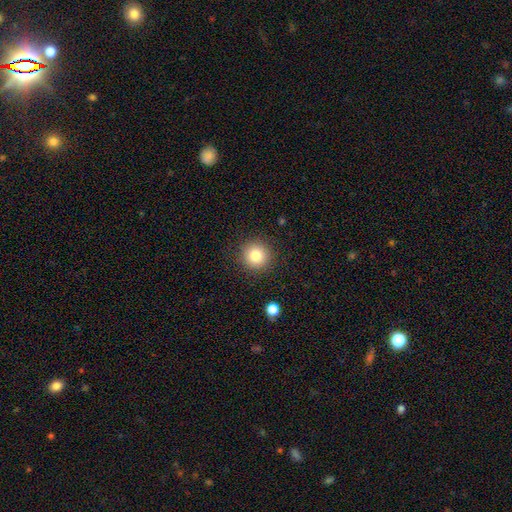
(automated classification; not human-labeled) This appears to be a smooth galaxy with no disk features (82%) that is round (94%). Merging: none (91%).